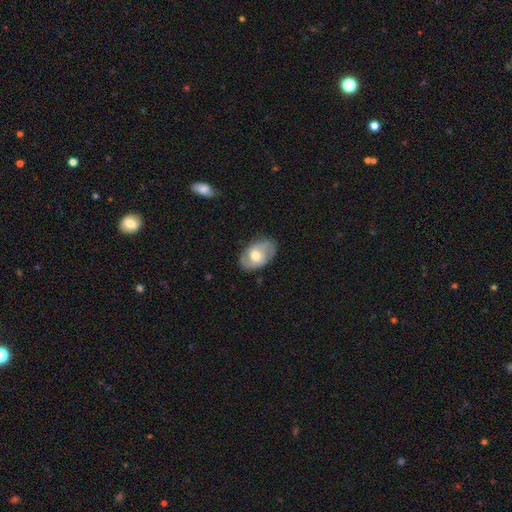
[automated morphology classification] This appears to be a featured or disk galaxy (60%) with no bar (61%), spiral arms (76%) and a moderate central bulge (72%). Merging: none (74%).